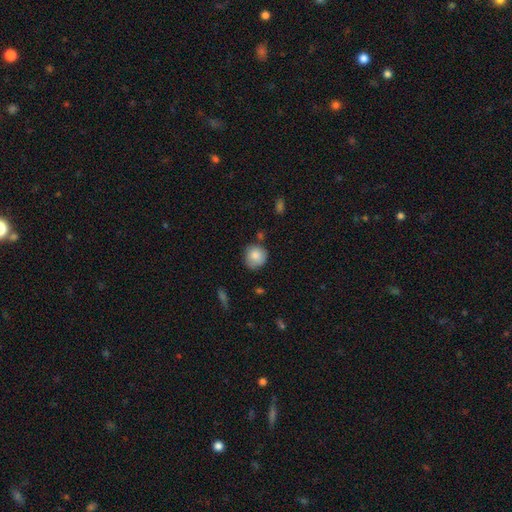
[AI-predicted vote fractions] Overall: smooth (83%). How rounded: round (90%). Merging: none (72%).